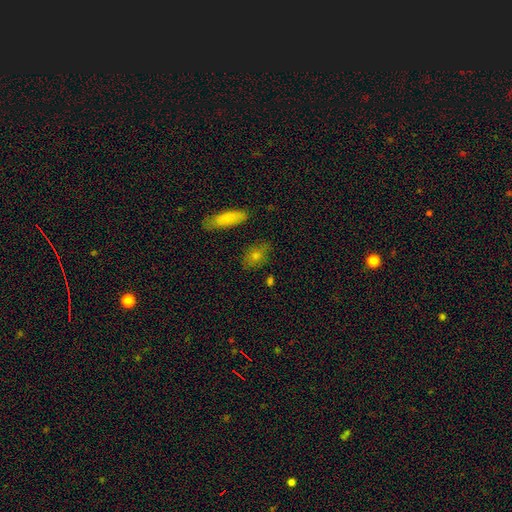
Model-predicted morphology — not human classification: Overall: smooth (68%). How rounded: in between (72%). Merging: none (79%).